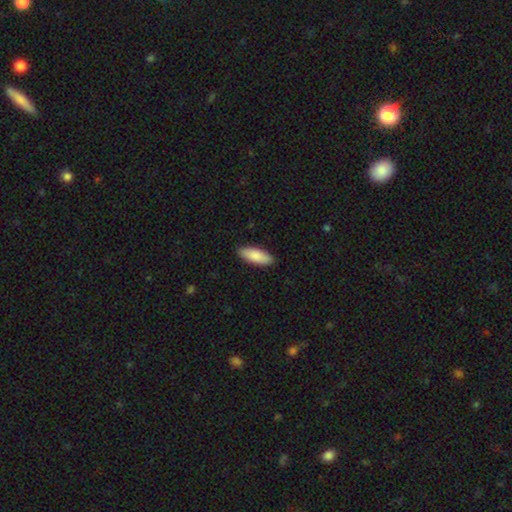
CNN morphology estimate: A smooth galaxy with no disk features (87%) that is in between round and cigar-shaped (73%).

Vote fractions:
- Smooth or featured? smooth: 87% / featured or disk: 8% / star or artifact: 5%
- How rounded? in between: 73% / cigar-shaped: 25% / round: 2%
- Merging? none: 89% / minor disturbance: 8% / major disturbance: 2% / merger: 1%